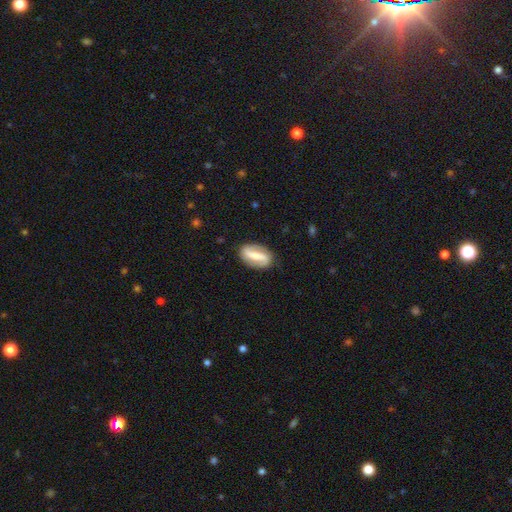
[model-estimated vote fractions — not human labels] This appears to be a featured or disk galaxy (65%) with a strong bar (60%), 2 (89%) loose (48%) spiral arms (84%) and a small central bulge (36%). Merging: none (84%).